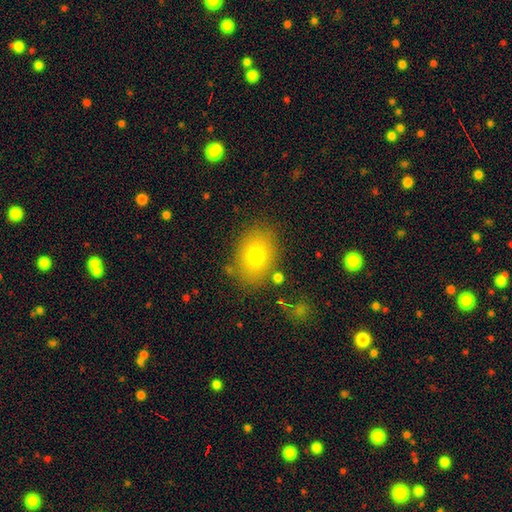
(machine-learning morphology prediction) smooth-or-featured: smooth: 74% | featured or disk: 15% | star or artifact: 11%
  how-rounded: in between: 70% | round: 29% | cigar-shaped: 1%
  merging: none: 79% | minor disturbance: 13% | major disturbance: 4% | merger: 4%